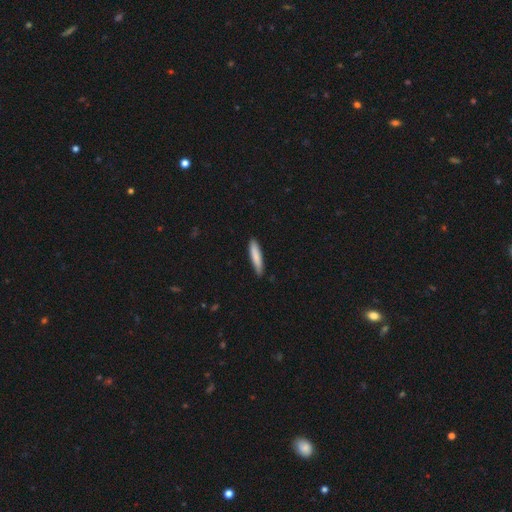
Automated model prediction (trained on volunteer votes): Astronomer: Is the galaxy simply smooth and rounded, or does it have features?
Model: smooth — 83%.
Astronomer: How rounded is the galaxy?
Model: cigar-shaped — 87%.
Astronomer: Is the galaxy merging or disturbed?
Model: none — 85%.